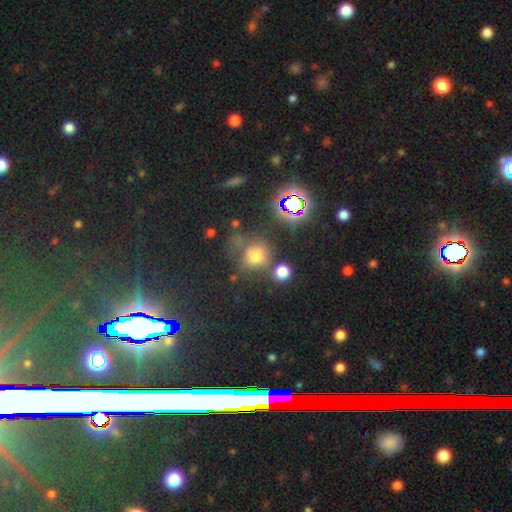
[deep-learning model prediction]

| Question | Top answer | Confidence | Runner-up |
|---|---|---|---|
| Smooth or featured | smooth | 64% | star or artifact (25%) |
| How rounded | round | 78% | in between (21%) |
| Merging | none | 54% | minor disturbance (17%) |